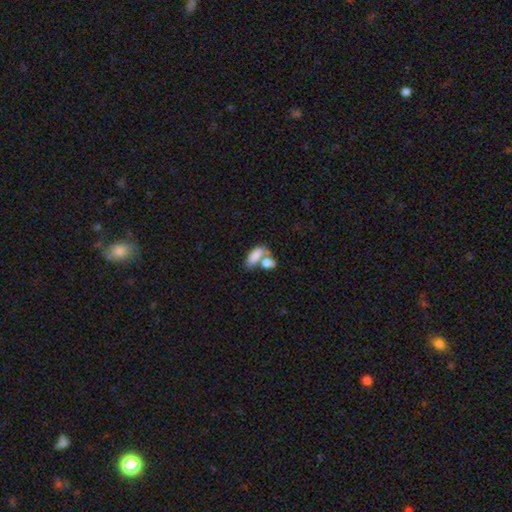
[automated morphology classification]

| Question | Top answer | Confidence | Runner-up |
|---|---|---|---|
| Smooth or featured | smooth | 81% | featured or disk (12%) |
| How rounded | in between | 86% | cigar-shaped (9%) |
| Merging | merger | 54% | none (31%) |